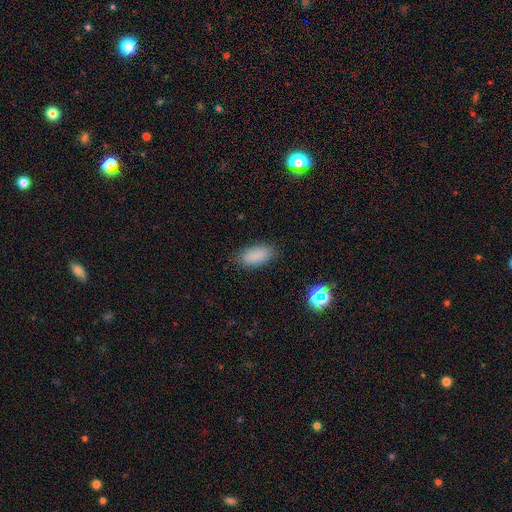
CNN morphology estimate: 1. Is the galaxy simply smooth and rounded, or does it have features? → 87% smooth, 9% star or artifact, 4% featured or disk.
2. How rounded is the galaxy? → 91% in between, 6% cigar-shaped, 4% round.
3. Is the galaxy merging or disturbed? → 84% none, 11% minor disturbance, 3% major disturbance, 1% merger.